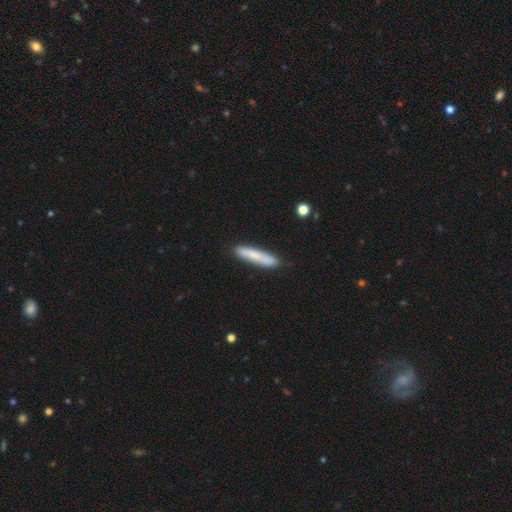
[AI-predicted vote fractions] Smooth or featured? smooth (71%)
How rounded? cigar-shaped (90%)
Merging? none (83%)